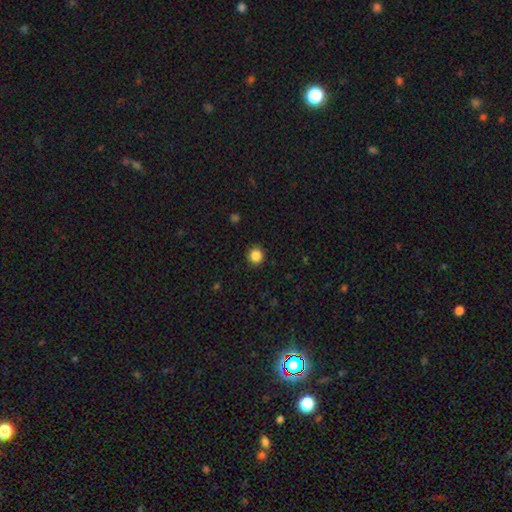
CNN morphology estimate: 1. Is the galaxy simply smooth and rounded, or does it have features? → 86% smooth, 11% star or artifact, 3% featured or disk.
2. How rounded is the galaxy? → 93% round, 6% in between, 1% cigar-shaped.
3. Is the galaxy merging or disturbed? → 91% none, 6% minor disturbance, 2% major disturbance, 1% merger.